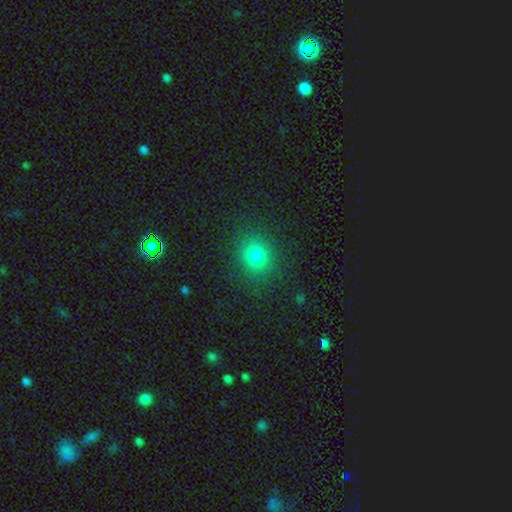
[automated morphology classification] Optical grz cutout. It shows a smooth galaxy with no disk features (79%) that is round (74%). Merging: none (88%).